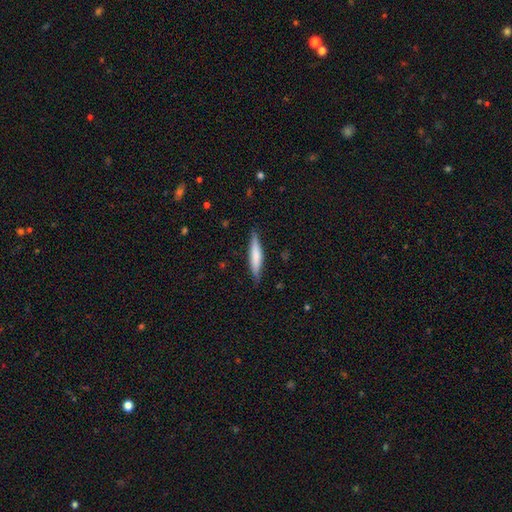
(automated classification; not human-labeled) A smooth galaxy with no disk features (65%) that is cigar-shaped (87%).

Vote fractions:
- Smooth or featured? smooth: 65% / featured or disk: 29% / star or artifact: 6%
- How rounded? cigar-shaped: 87% / in between: 12% / round: 1%
- Merging? none: 85% / minor disturbance: 12% / major disturbance: 2% / merger: 1%